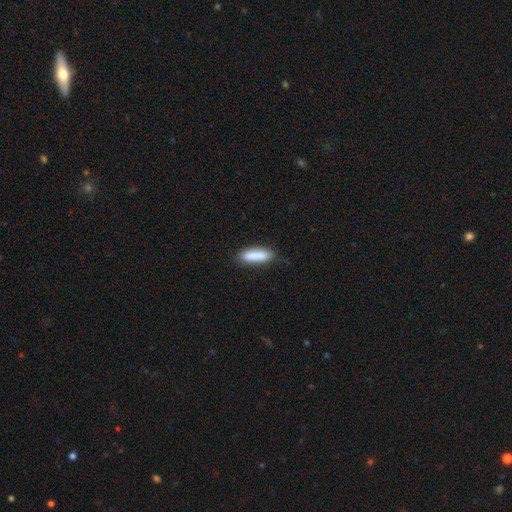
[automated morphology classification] The model was most divided on "how rounded": cigar-shaped: 65%, in between: 34%, round: 2%. More confident: smooth or featured — smooth (83%); merging — none (80%).